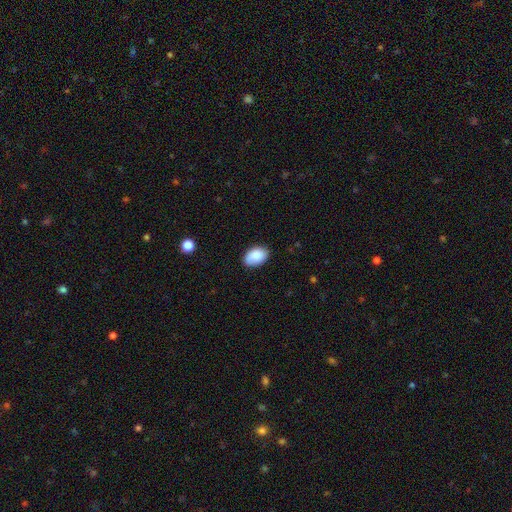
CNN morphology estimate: Smooth or featured?
  - smooth: 85% *
  - featured or disk: 8%
  - star or artifact: 7%
How rounded?
  - in between: 88% *
  - round: 11%
  - cigar-shaped: 1%
Merging?
  - none: 79% *
  - minor disturbance: 16%
  - major disturbance: 3%
  - merger: 1%